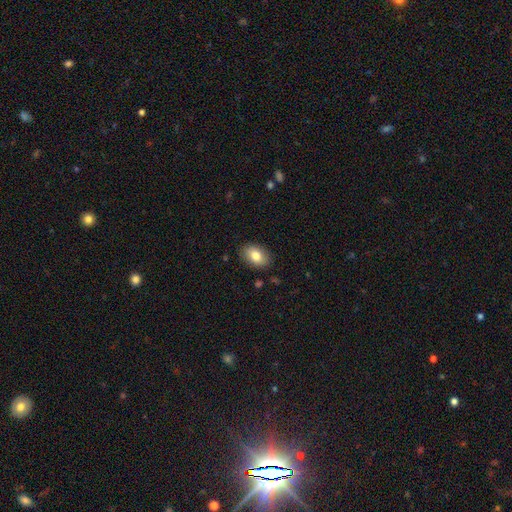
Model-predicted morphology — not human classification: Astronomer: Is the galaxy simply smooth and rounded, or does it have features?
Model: smooth — 81%.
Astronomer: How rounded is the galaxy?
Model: in between — 85%.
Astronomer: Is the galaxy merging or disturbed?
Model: none — 87%.